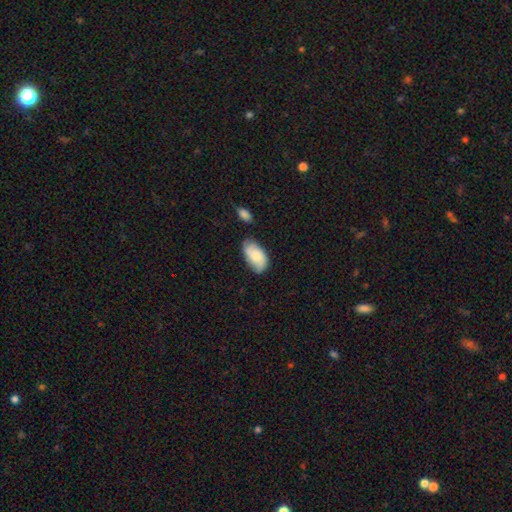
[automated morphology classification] type=smooth (72%); roundness=in between (94%); merging=none (60%).